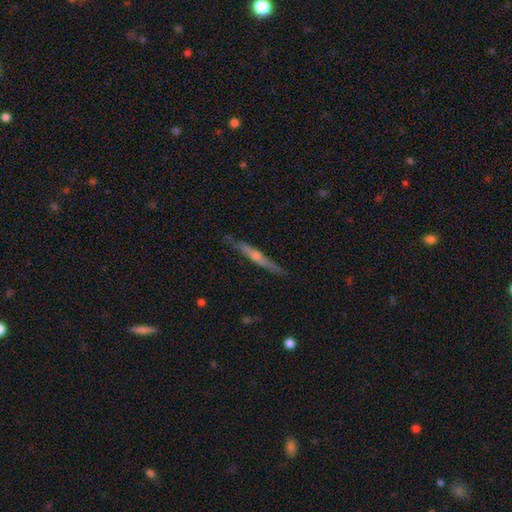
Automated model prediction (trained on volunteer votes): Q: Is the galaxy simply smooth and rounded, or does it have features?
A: featured or disk — 73%.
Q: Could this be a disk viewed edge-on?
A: yes — 96%.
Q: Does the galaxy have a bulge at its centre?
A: rounded — 77%.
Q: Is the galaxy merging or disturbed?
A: none — 87%.